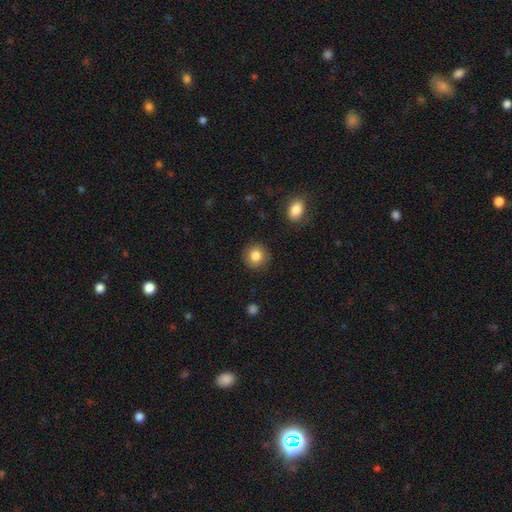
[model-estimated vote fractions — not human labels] smooth_or_featured: smooth (p=0.85) [alt: star or artifact p=0.09]
how_rounded: round (p=0.91) [alt: in between p=0.08]
merging: none (p=0.90) [alt: minor disturbance p=0.06]